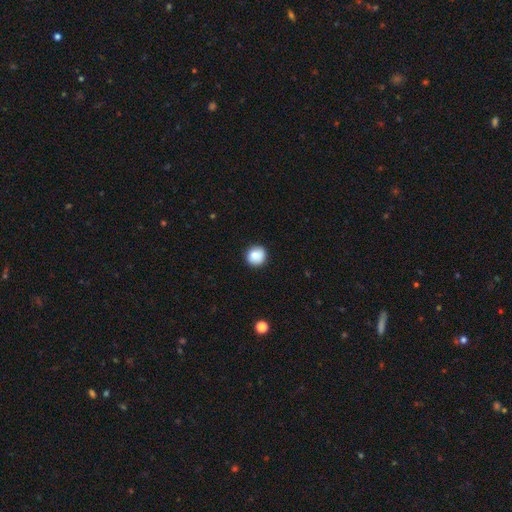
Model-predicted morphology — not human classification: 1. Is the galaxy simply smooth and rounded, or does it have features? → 85% smooth, 9% star or artifact, 6% featured or disk.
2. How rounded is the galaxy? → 92% round, 7% in between, 1% cigar-shaped.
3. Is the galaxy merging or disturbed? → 88% none, 9% minor disturbance, 2% major disturbance, 1% merger.